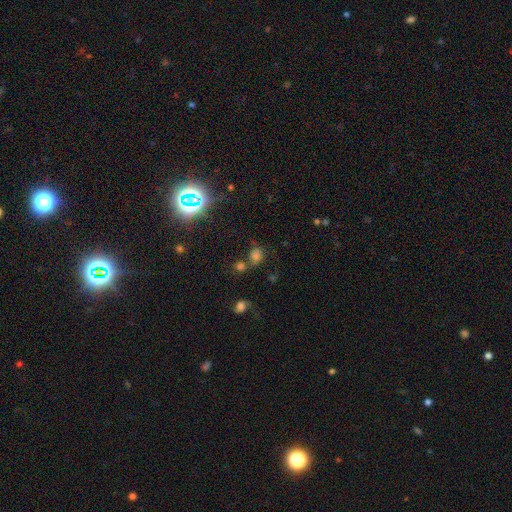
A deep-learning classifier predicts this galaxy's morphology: smooth-or-featured: smooth: 57% | star or artifact: 35% | featured or disk: 8%
  how-rounded: round: 61% | in between: 37% | cigar-shaped: 2%
  merging: none: 57% | merger: 22% | minor disturbance: 14% | major disturbance: 7%